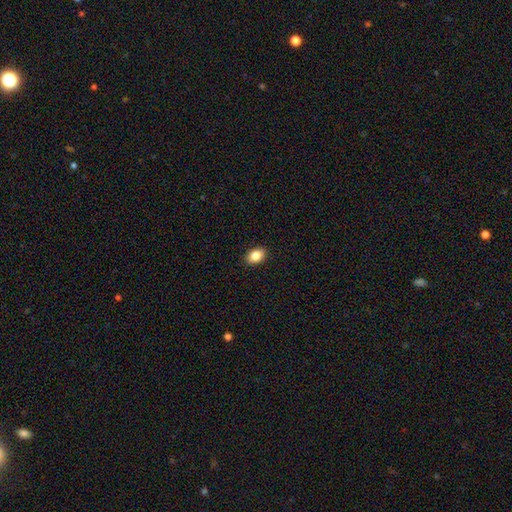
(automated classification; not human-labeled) Smooth or featured? Predicted: smooth (p=0.85). How rounded? Predicted: in between (p=0.79). Merging? Predicted: none (p=0.90).